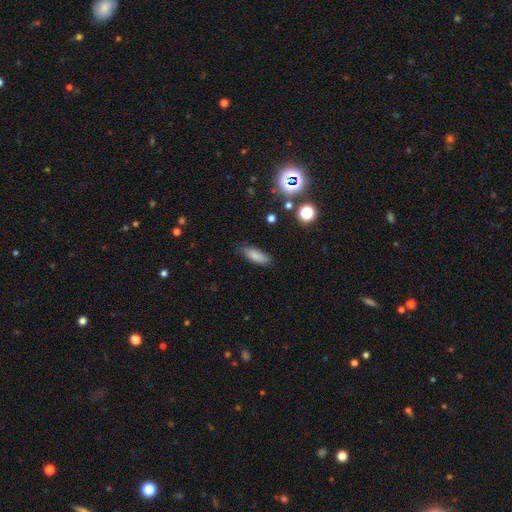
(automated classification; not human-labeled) This appears to be a smooth galaxy with no disk features (83%) that is in between round and cigar-shaped (64%). Merging: none (82%).